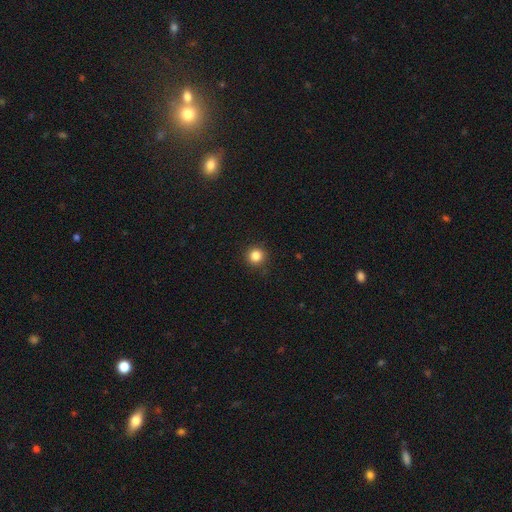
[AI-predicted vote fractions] This is clearly a smooth galaxy (84%). How rounded: clearly round (95%). Merging: clearly none (91%).